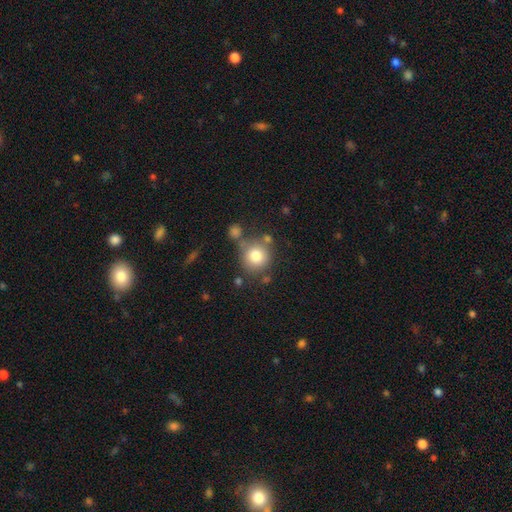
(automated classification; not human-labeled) A smooth galaxy with no disk features (79%) that is round (90%). Merging: none (69%).